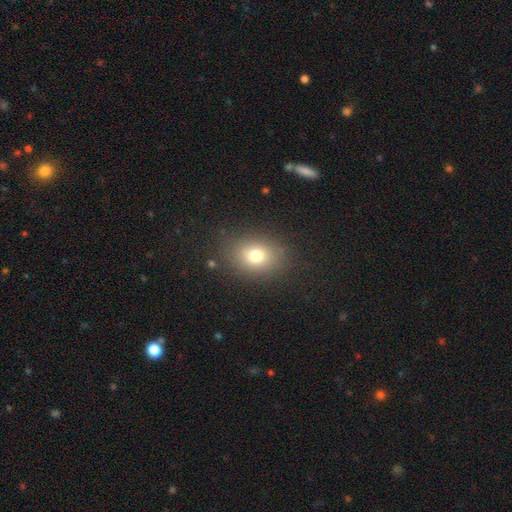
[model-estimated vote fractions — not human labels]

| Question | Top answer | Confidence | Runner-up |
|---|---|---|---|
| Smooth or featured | smooth | 75% | star or artifact (14%) |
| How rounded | in between | 52% | round (47%) |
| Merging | none | 84% | minor disturbance (10%) |